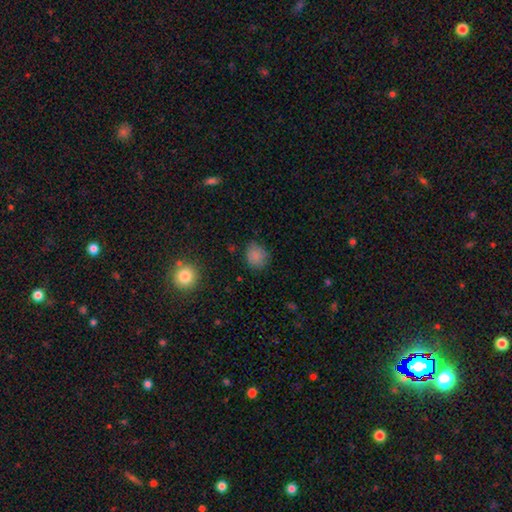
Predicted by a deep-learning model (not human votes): Smooth or featured?
  - smooth: 81% *
  - star or artifact: 13%
  - featured or disk: 6%
How rounded?
  - round: 72% *
  - in between: 27%
  - cigar-shaped: 1%
Merging?
  - none: 75% *
  - minor disturbance: 20%
  - major disturbance: 4%
  - merger: 2%